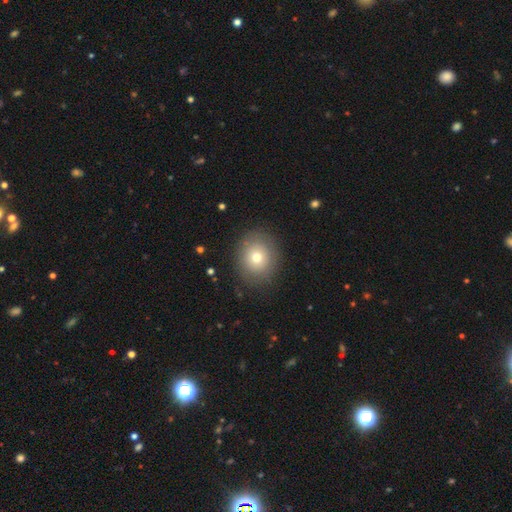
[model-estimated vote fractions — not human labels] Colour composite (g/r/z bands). It shows a smooth galaxy with no disk features (66%) that is round (78%). Merging: none (87%).